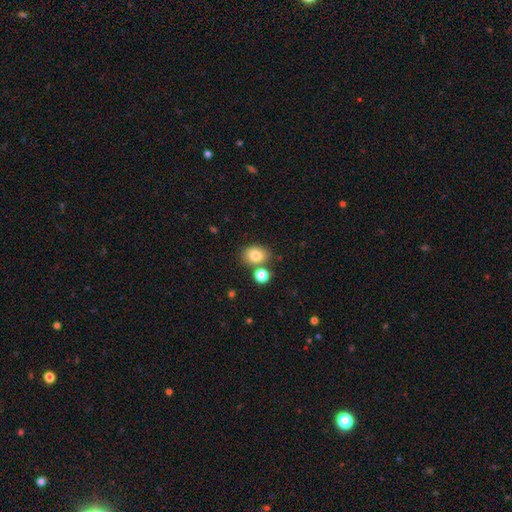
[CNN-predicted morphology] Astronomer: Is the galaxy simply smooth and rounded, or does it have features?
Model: smooth — 81%.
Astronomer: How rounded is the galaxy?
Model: round — 50% (runner-up: in between, 49%).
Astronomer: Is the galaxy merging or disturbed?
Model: none — 69%.